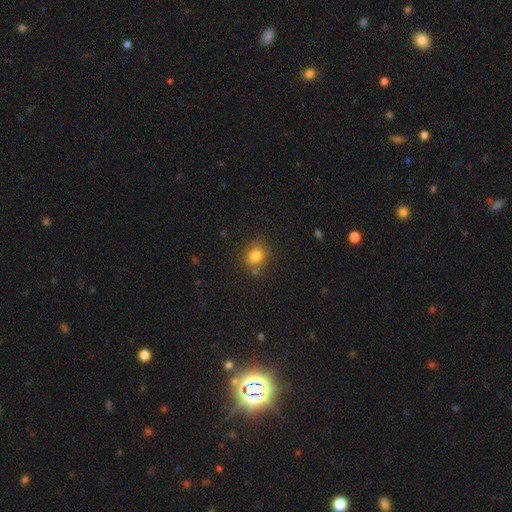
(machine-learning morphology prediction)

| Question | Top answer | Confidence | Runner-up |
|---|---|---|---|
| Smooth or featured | smooth | 81% | star or artifact (12%) |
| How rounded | round | 77% | in between (22%) |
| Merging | none | 79% | minor disturbance (11%) |